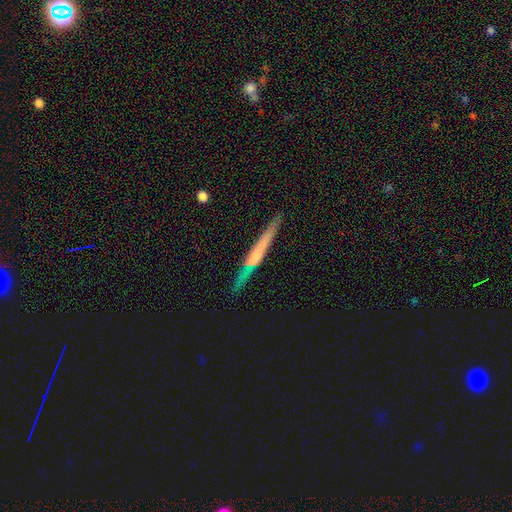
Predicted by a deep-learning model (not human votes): Smooth or featured? featured or disk (60%)
Edge-on disk? yes (96%)
Edge-on bulge? none (52%)
Merging? none (85%)